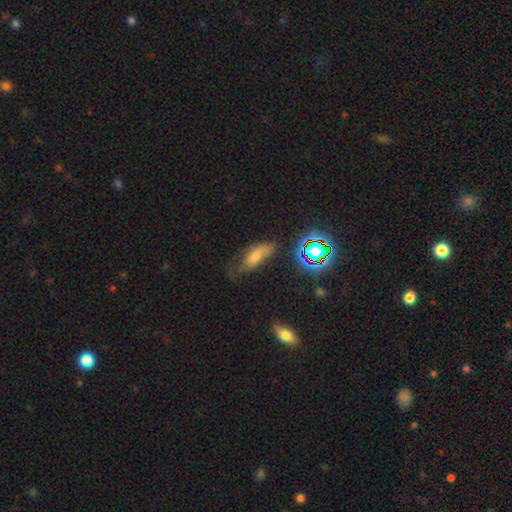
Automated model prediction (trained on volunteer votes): Overall: smooth (54%; featured or disk 25%). How rounded: in between (70%). Merging: none (44%; minor disturbance 31%).